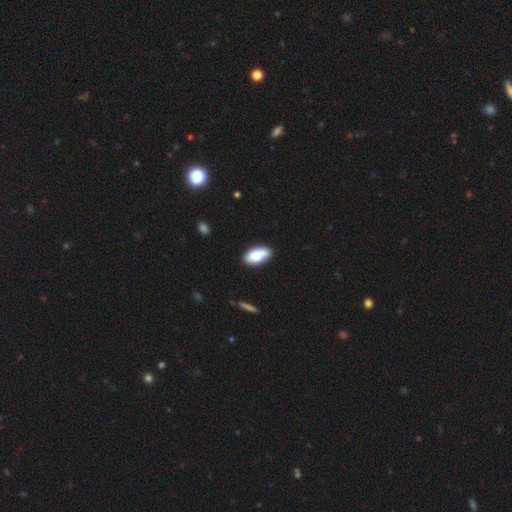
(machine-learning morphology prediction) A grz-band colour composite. It shows a smooth galaxy with no disk features (77%) that is in between round and cigar-shaped (92%). Merging: none (75%).